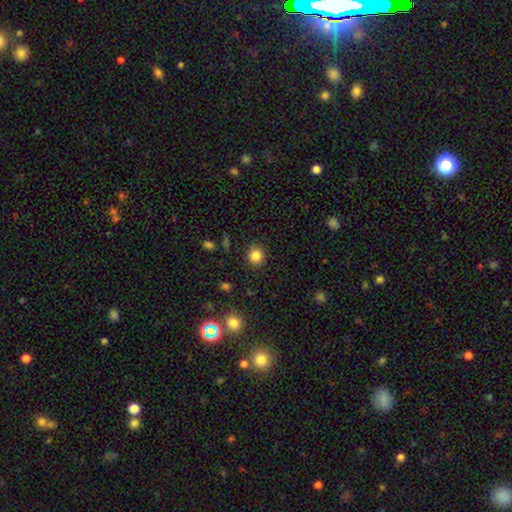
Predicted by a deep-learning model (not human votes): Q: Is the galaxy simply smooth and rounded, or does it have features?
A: smooth — 83%.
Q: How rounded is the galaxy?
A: round — 87%.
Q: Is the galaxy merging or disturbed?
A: none — 88%.